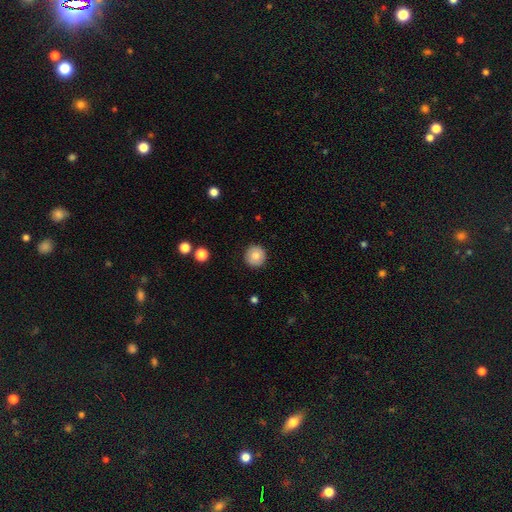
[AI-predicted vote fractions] Q: Smooth or featured?
A: smooth (79%); runner-up: featured or disk (13%)
Q: How rounded?
A: round (95%); runner-up: in between (4%)
Q: Merging?
A: none (92%); runner-up: minor disturbance (6%)